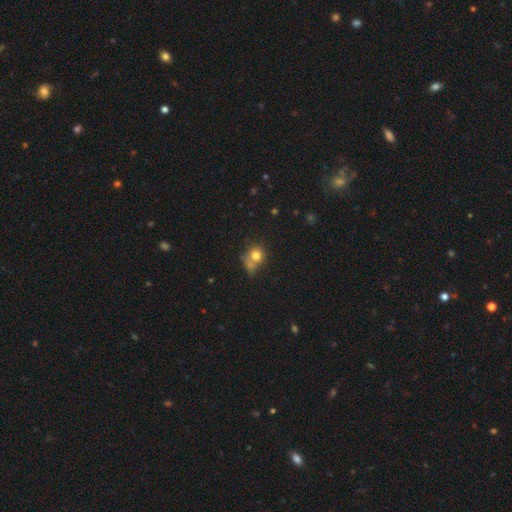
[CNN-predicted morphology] A smooth galaxy with no disk features (75%) that is round (75%).

Vote fractions:
- Smooth or featured? smooth: 75% / featured or disk: 13% / star or artifact: 12%
- How rounded? round: 75% / in between: 24% / cigar-shaped: 1%
- Merging? none: 41% / merger: 33% / minor disturbance: 16% / major disturbance: 10%